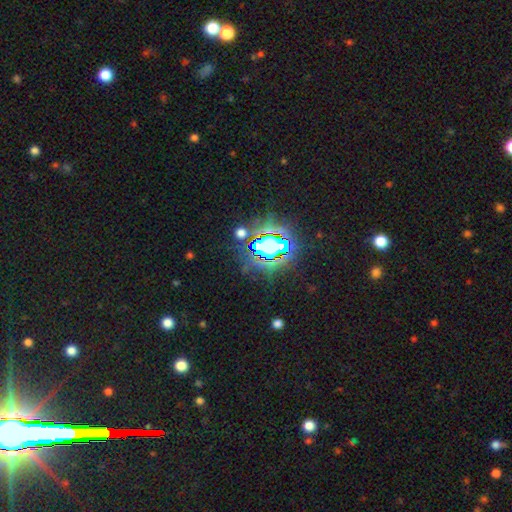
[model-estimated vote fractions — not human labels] Smooth or featured? star or artifact (82%)